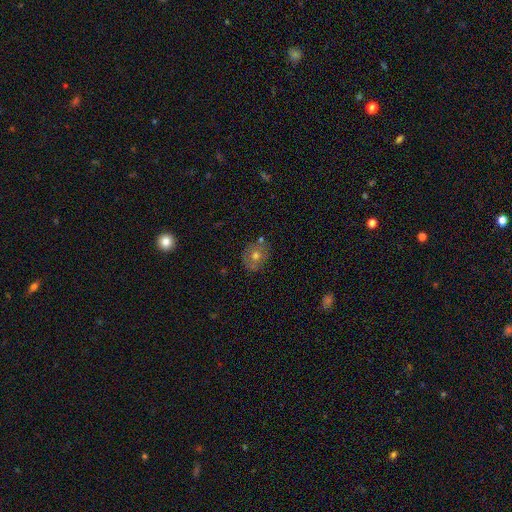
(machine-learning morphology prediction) smooth_or_featured: smooth (p=0.53) [alt: featured or disk p=0.35]
how_rounded: round (p=0.71) [alt: in between p=0.28]
merging: none (p=0.76) [alt: minor disturbance p=0.14]